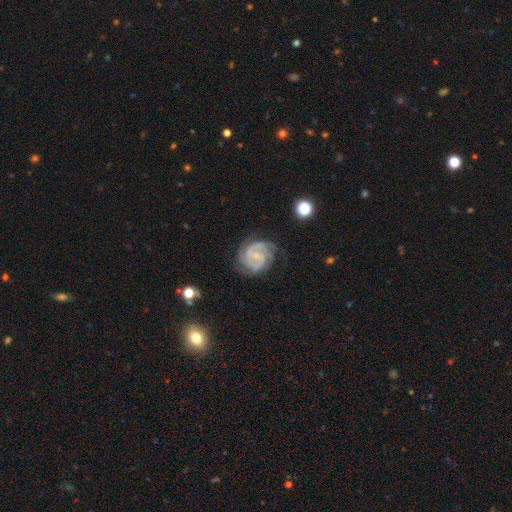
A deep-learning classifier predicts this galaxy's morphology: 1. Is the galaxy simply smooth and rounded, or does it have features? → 86% featured or disk, 9% smooth, 5% star or artifact.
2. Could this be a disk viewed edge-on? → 98% no, 2% yes.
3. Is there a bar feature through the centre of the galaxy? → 50% no, 41% weak, 9% strong.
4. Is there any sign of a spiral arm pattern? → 97% yes, 3% no.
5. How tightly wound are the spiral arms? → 58% tight, 35% medium, 7% loose.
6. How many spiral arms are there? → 61% 2, 17% 3, 12% can't tell, 4% 1, 3% 4, 3% more than 4.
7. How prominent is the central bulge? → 67% small, 16% none, 15% moderate, 1% large, 1% dominant.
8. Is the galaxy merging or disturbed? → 70% none, 20% minor disturbance, 9% major disturbance, 2% merger.